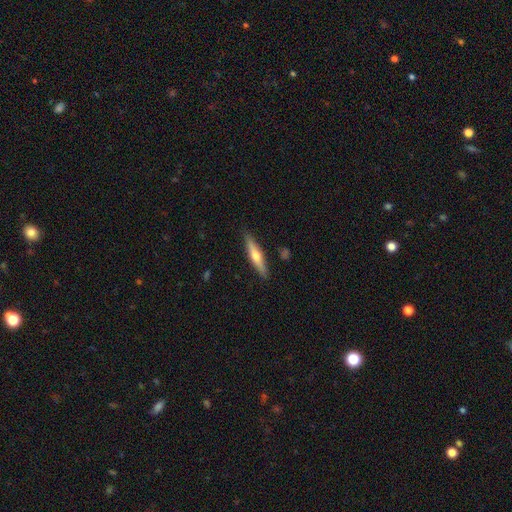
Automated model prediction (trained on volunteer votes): Q: Smooth or featured?
A: featured or disk (50%); runner-up: smooth (44%)
Q: Edge-on disk?
A: yes (94%); runner-up: no (6%)
Q: Merging?
A: none (88%); runner-up: minor disturbance (9%)